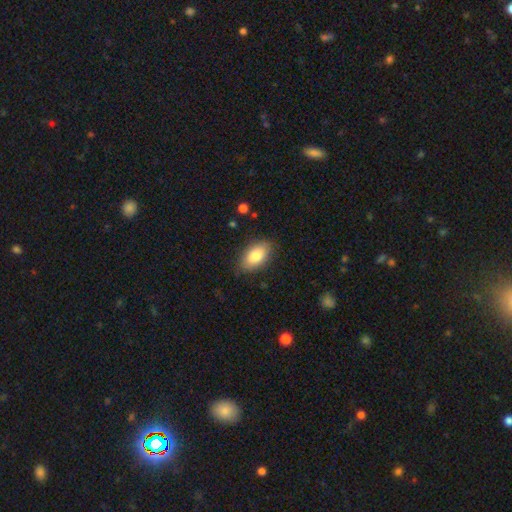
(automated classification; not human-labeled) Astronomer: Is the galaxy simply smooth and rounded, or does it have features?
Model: smooth — 82%.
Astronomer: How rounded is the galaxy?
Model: in between — 92%.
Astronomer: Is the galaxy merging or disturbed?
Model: none — 83%.